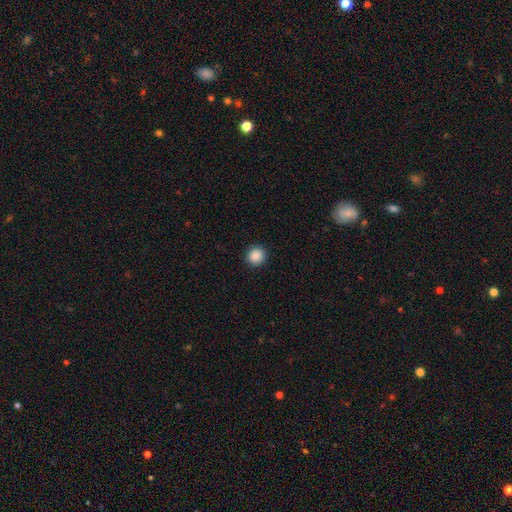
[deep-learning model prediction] The model was most divided on "smooth or featured": smooth: 88%, star or artifact: 9%, featured or disk: 2%. More confident: how rounded — round (94%); merging — none (93%).